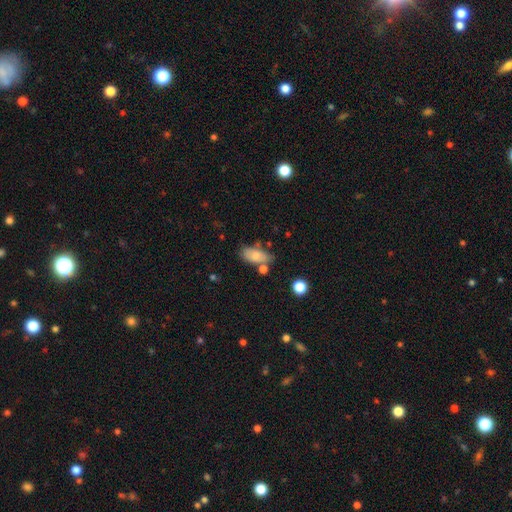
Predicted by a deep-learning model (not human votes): Smooth or featured? Predicted: smooth (p=0.76). How rounded? Predicted: in between (p=0.88). Merging? Predicted: none (p=0.59).